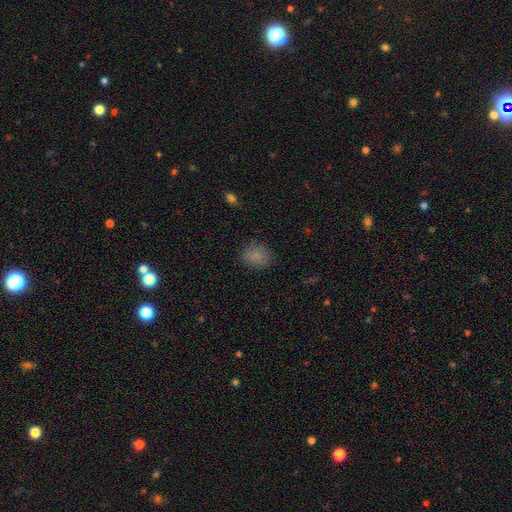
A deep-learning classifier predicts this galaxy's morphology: Smooth or featured: smooth — 83% (star or artifact — 11%)
How rounded: round — 61% (in between — 38%)
Merging: none — 81% (minor disturbance — 14%)